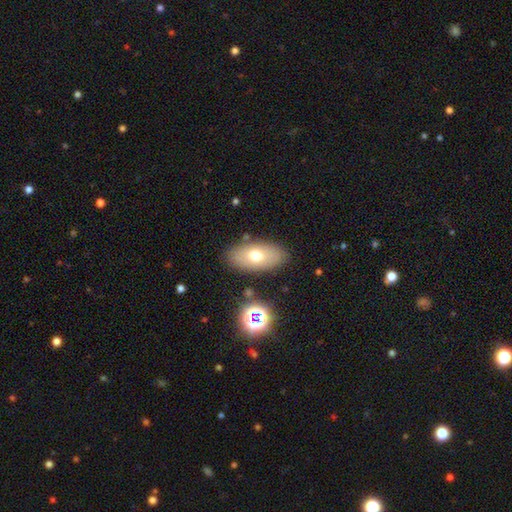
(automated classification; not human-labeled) Smooth or featured?
  - smooth: 66% *
  - featured or disk: 24%
  - star or artifact: 10%
How rounded?
  - in between: 91% *
  - round: 5%
  - cigar-shaped: 3%
Merging?
  - none: 83% *
  - minor disturbance: 11%
  - major disturbance: 3%
  - merger: 3%